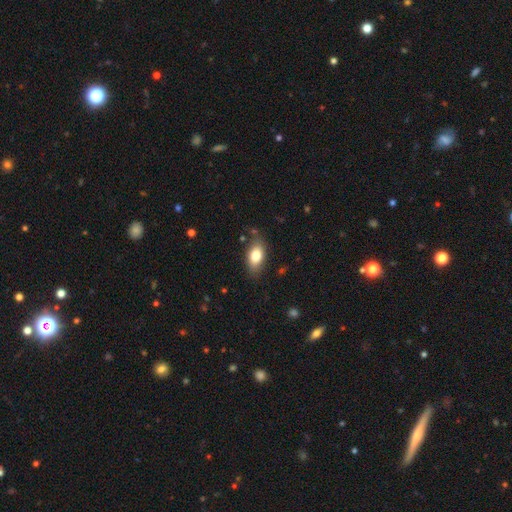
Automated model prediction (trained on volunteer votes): Q: Smooth or featured?
A: smooth (79%); runner-up: featured or disk (13%)
Q: How rounded?
A: in between (90%); runner-up: round (6%)
Q: Merging?
A: none (79%); runner-up: minor disturbance (15%)